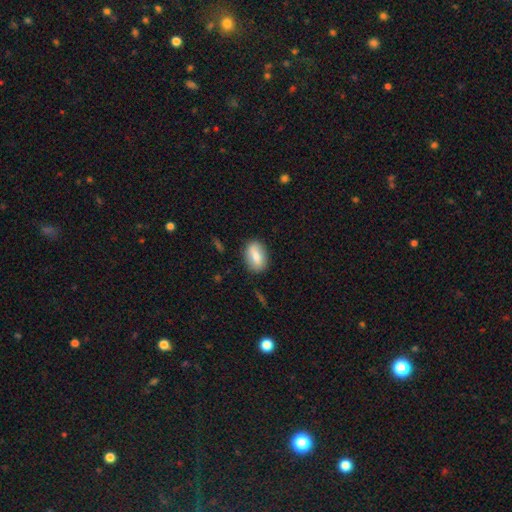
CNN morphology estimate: This appears to be a smooth galaxy with no disk features (79%) that is in between round and cigar-shaped (86%). Merging: none (83%).